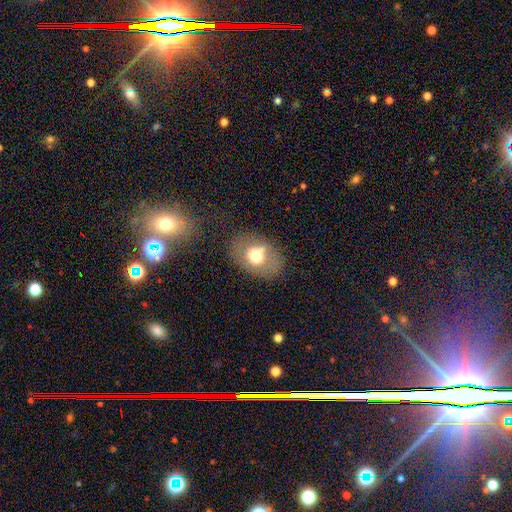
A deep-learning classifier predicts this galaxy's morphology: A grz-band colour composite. It shows a smooth galaxy with no disk features (65%) that is in between round and cigar-shaped (71%). Merging: none (64%).